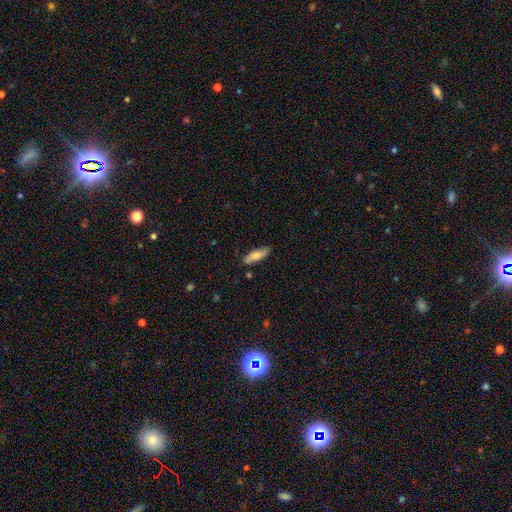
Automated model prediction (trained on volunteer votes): This is likely a smooth galaxy (74%). How rounded: possibly cigar-shaped (54%). Merging: clearly none (82%).